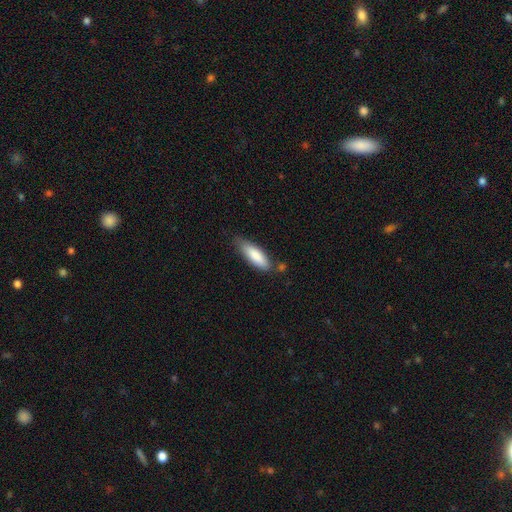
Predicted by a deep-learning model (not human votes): Smooth or featured: smooth — 84% (featured or disk — 11%)
How rounded: in between — 51% (cigar-shaped — 48%)
Merging: none — 69% (minor disturbance — 22%)